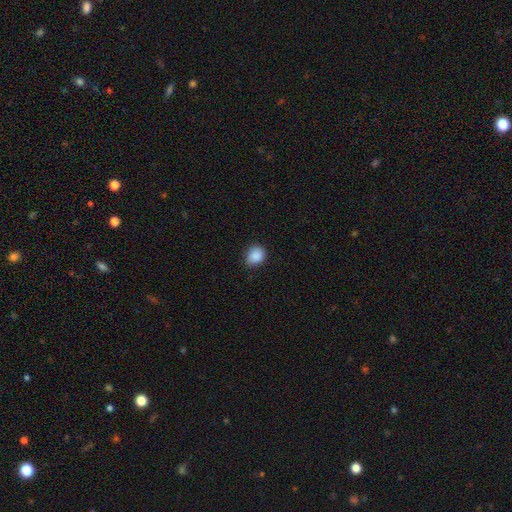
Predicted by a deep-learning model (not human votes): smooth-or-featured: smooth: 88% | star or artifact: 8% | featured or disk: 3%
  how-rounded: round: 62% | in between: 37% | cigar-shaped: 1%
  merging: none: 81% | minor disturbance: 16% | major disturbance: 3% | merger: 1%